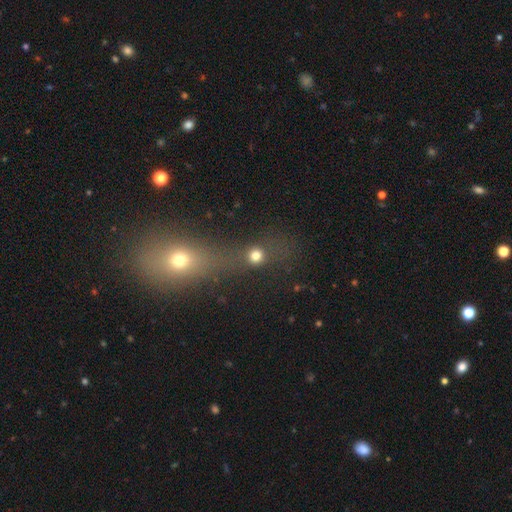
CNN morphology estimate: smooth_or_featured: smooth (p=0.71) [alt: star or artifact p=0.19]
how_rounded: round (p=0.81) [alt: in between p=0.15]
merging: none (p=0.47) [alt: merger p=0.34]